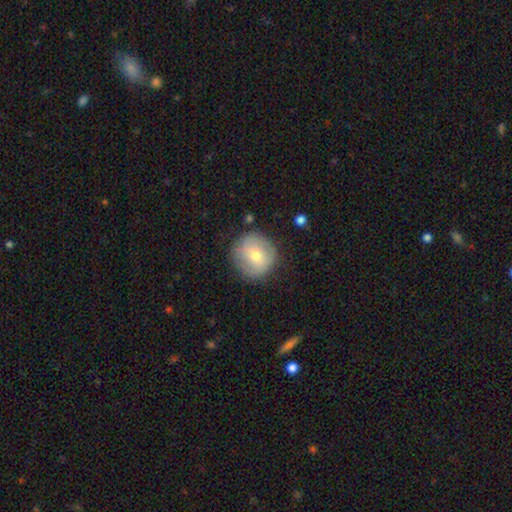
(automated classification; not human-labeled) A smooth galaxy with no disk features (63%) that is round (92%).

Vote fractions:
- Smooth or featured? smooth: 63% / featured or disk: 29% / star or artifact: 8%
- How rounded? round: 92% / in between: 8% / cigar-shaped: 1%
- Merging? none: 78% / minor disturbance: 15% / major disturbance: 5% / merger: 2%